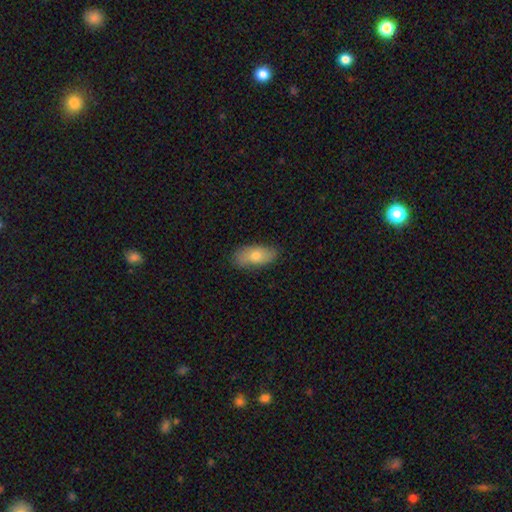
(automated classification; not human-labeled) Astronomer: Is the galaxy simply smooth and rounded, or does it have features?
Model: smooth — 73%.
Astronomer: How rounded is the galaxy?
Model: in between — 88%.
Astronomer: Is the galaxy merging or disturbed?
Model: none — 79%.